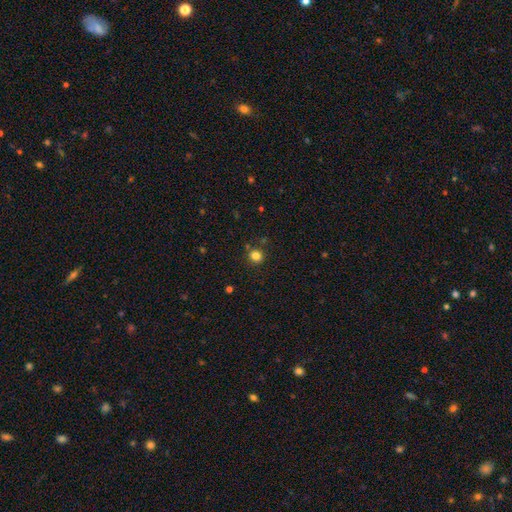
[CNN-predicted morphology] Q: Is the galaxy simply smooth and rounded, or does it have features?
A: smooth — 81%.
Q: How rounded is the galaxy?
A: round — 86%.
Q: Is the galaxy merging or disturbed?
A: none — 83%.